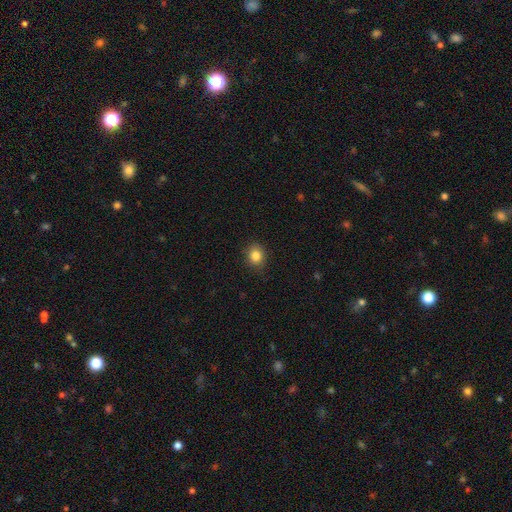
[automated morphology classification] A smooth galaxy with no disk features (83%) that is round (68%). Merging: none (86%).